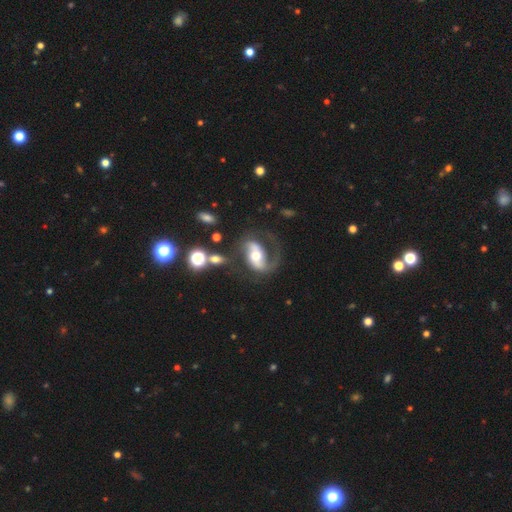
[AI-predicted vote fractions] Smooth or featured? Predicted: featured or disk (p=0.83). Edge-on disk? Predicted: no (p=0.96). Bar? Predicted: strong (p=0.36). Spiral arms? Predicted: yes (p=0.93). Spiral winding? Predicted: medium (p=0.45). Spiral arm count? Predicted: 2 (p=0.70). Bulge size? Predicted: moderate (p=0.69). Merging? Predicted: none (p=0.50).